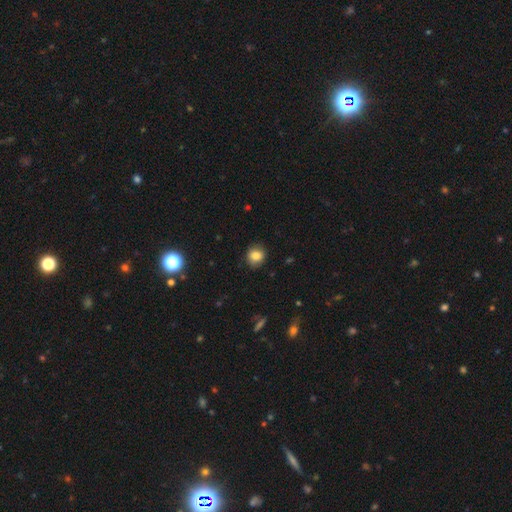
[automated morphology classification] smooth_or_featured: smooth (p=0.82) [alt: star or artifact p=0.10]
how_rounded: round (p=0.76) [alt: in between p=0.23]
merging: none (p=0.83) [alt: minor disturbance p=0.13]